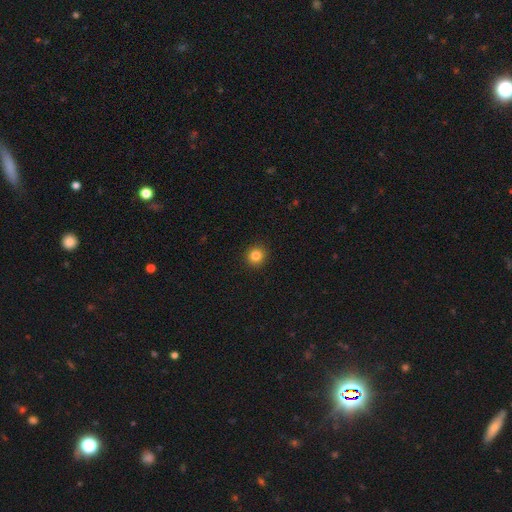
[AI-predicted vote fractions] A smooth galaxy with no disk features (84%) that is round (91%). Merging: none (92%).